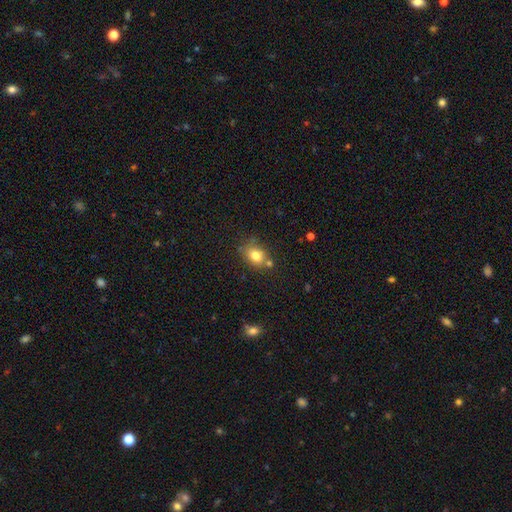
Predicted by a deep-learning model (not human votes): Smooth or featured? smooth (78%)
How rounded? in between (52%)
Merging? none (64%)